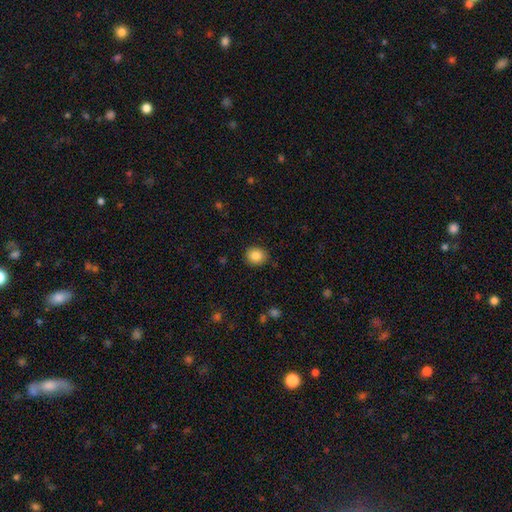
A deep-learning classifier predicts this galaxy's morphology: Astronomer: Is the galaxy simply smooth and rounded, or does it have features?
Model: smooth — 86%.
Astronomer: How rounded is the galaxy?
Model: round — 78%.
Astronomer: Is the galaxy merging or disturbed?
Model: none — 88%.